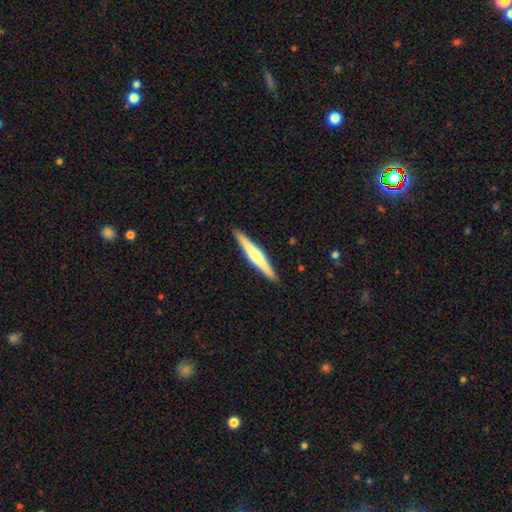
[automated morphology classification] featured or disk 65%, smooth 30%, star or artifact 5%. Down the decision tree: edge-on disk — yes (98%); edge-on bulge — rounded (79%); merging — none (92%).